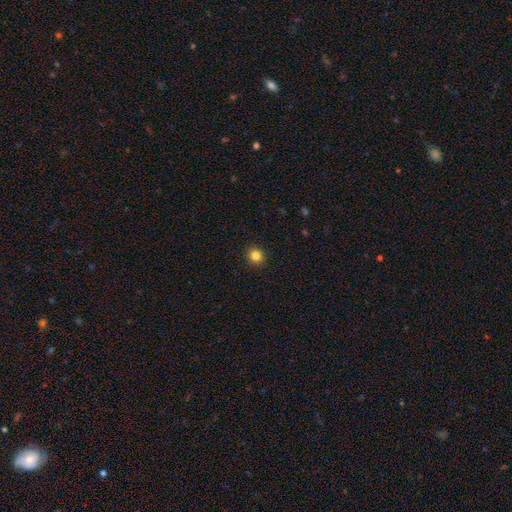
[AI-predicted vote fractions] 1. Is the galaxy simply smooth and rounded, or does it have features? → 83% smooth, 12% star or artifact, 5% featured or disk.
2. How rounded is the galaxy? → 90% round, 9% in between, 1% cigar-shaped.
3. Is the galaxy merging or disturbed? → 93% none, 5% minor disturbance, 2% major disturbance, 1% merger.